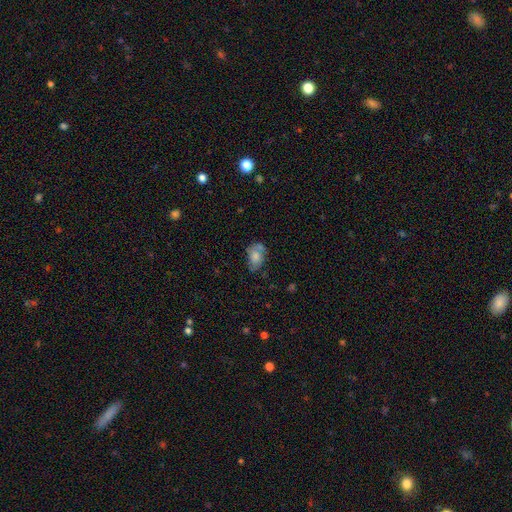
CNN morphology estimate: Smooth or featured? smooth (64%)
How rounded? in between (80%)
Merging? none (47%)